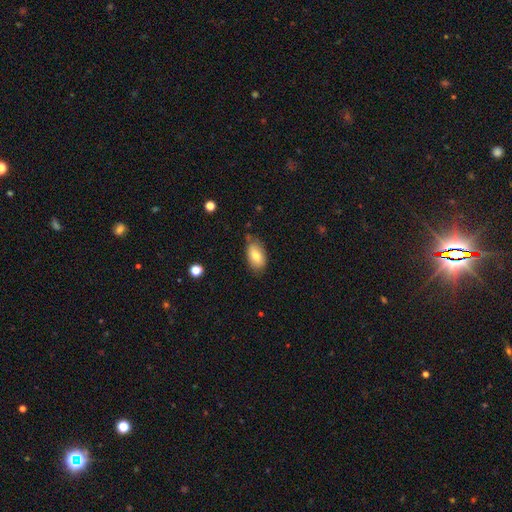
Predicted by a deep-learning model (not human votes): Smooth or featured: smooth — 77% (featured or disk — 15%)
How rounded: in between — 93% (round — 5%)
Merging: none — 68% (minor disturbance — 25%)